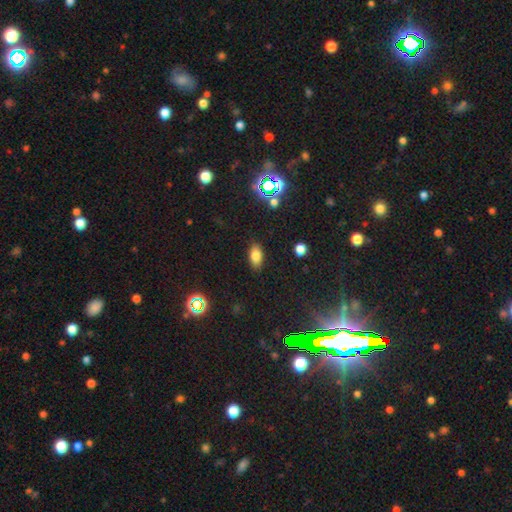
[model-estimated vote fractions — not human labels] smooth_or_featured: smooth (p=0.78) [alt: star or artifact p=0.13]
how_rounded: in between (p=0.89) [alt: round p=0.07]
merging: none (p=0.86) [alt: minor disturbance p=0.10]